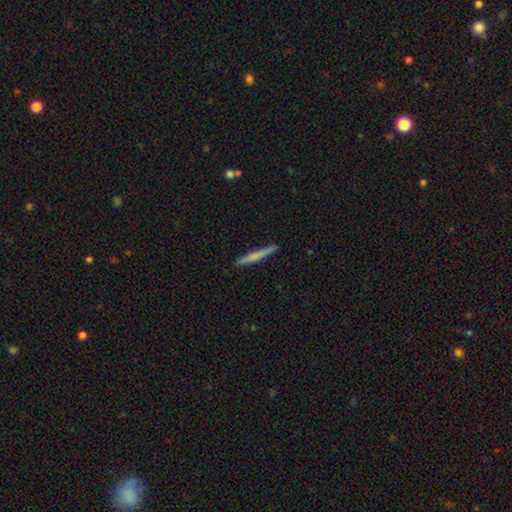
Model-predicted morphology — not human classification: A smooth galaxy with no disk features (61%) that is cigar-shaped (96%).

Vote fractions:
- Smooth or featured? smooth: 61% / featured or disk: 34% / star or artifact: 6%
- How rounded? cigar-shaped: 96% / in between: 3% / round: 2%
- Merging? none: 91% / minor disturbance: 6% / major disturbance: 1% / merger: 1%